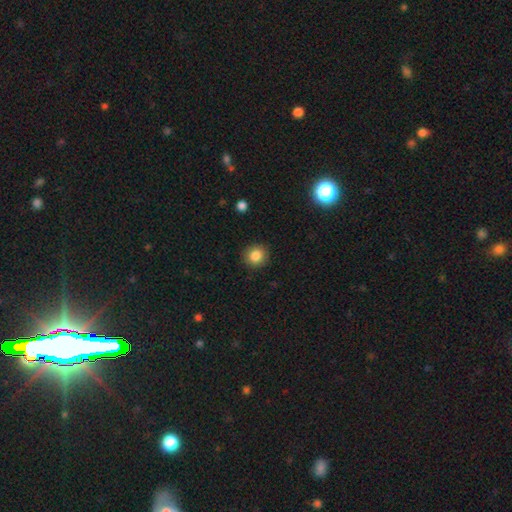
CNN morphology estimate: Smooth or featured? smooth (85%)
How rounded? round (88%)
Merging? none (90%)